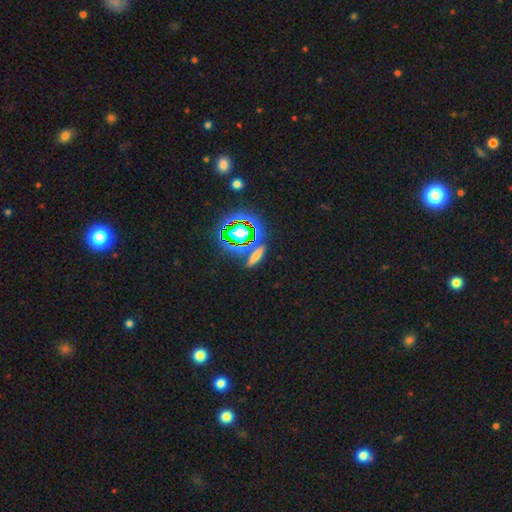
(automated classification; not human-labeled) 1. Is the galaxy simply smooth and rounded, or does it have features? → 49% smooth, 33% star or artifact, 19% featured or disk.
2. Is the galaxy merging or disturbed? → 79% none, 10% minor disturbance, 7% merger, 4% major disturbance.